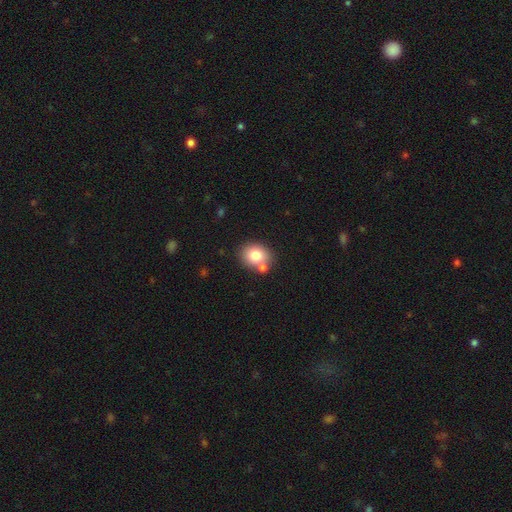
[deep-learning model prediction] A smooth galaxy with no disk features (79%) that is round (63%).

Vote fractions:
- Smooth or featured? smooth: 79% / featured or disk: 11% / star or artifact: 10%
- How rounded? round: 63% / in between: 36% / cigar-shaped: 1%
- Merging? none: 66% / merger: 21% / minor disturbance: 11% / major disturbance: 3%